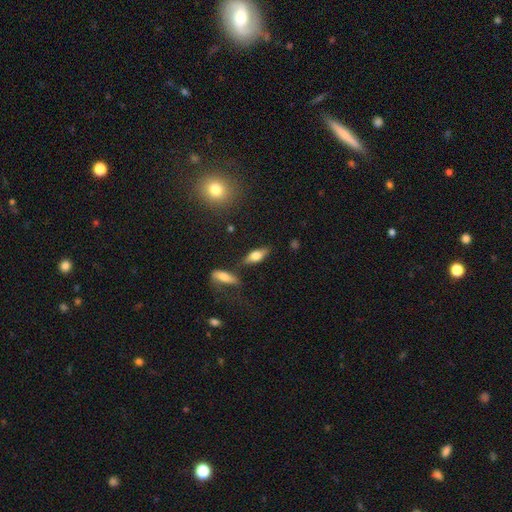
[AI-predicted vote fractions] A smooth galaxy with no disk features (62%) that is in between round and cigar-shaped (71%).

Vote fractions:
- Smooth or featured? smooth: 62% / featured or disk: 30% / star or artifact: 8%
- How rounded? in between: 71% / cigar-shaped: 26% / round: 3%
- Merging? none: 76% / minor disturbance: 14% / merger: 6% / major disturbance: 4%